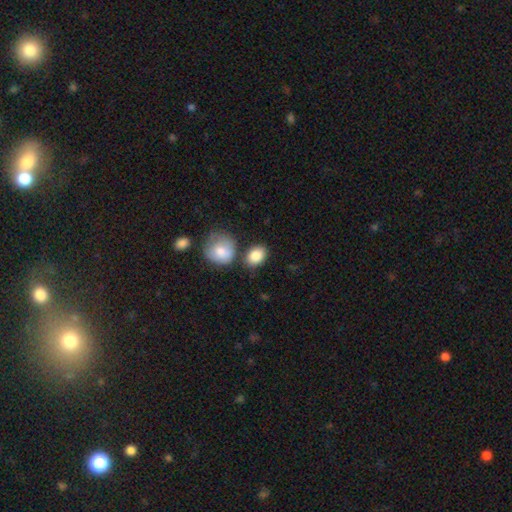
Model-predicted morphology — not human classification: smooth_or_featured: smooth (p=0.86) [alt: star or artifact p=0.07]
how_rounded: in between (p=0.67) [alt: round p=0.32]
merging: none (p=0.66) [alt: minor disturbance p=0.15]